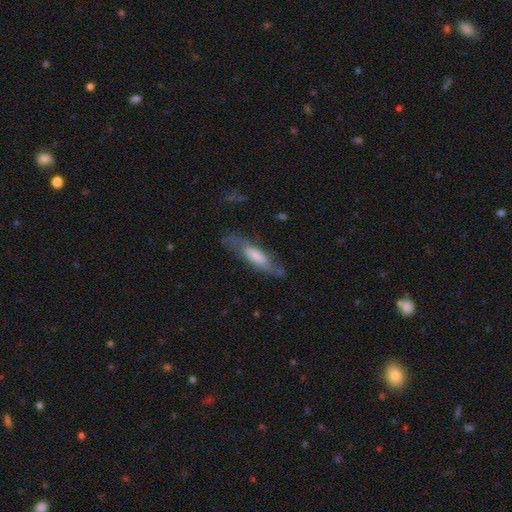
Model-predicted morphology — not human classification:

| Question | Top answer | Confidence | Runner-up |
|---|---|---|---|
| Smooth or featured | smooth | 53% | featured or disk (40%) |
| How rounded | cigar-shaped | 59% | in between (39%) |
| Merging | none | 60% | minor disturbance (24%) |